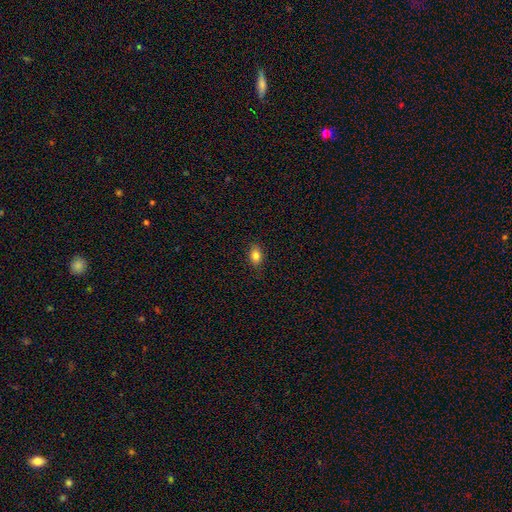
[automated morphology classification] This appears to be a smooth galaxy with no disk features (83%) that is in between round and cigar-shaped (77%). Merging: none (86%).